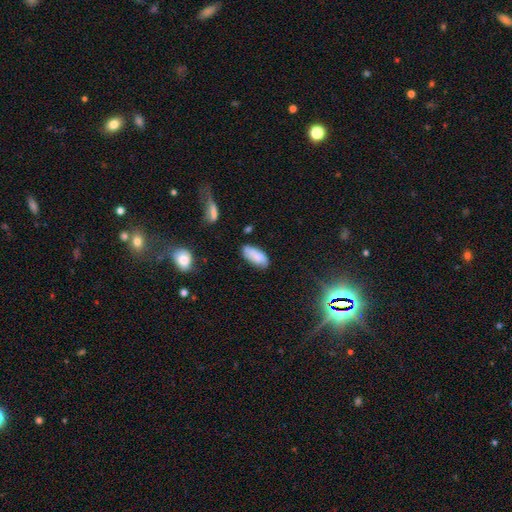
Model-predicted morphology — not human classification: smooth_or_featured: smooth (p=0.76) [alt: featured or disk p=0.15]
how_rounded: in between (p=0.88) [alt: cigar-shaped p=0.10]
merging: none (p=0.63) [alt: minor disturbance p=0.25]